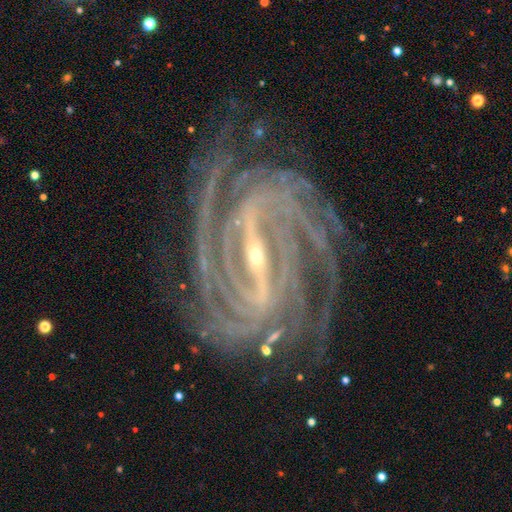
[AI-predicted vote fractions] This appears to be a featured or disk galaxy (90%) with a strong bar (72%), 4 (22%) tight (62%) spiral arms (98%) and a small central bulge (78%). Merging: none (78%).